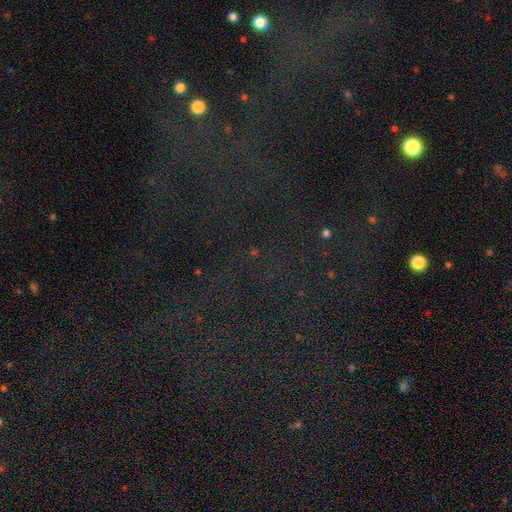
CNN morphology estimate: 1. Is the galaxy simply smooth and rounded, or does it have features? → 77% star or artifact, 12% smooth, 11% featured or disk.